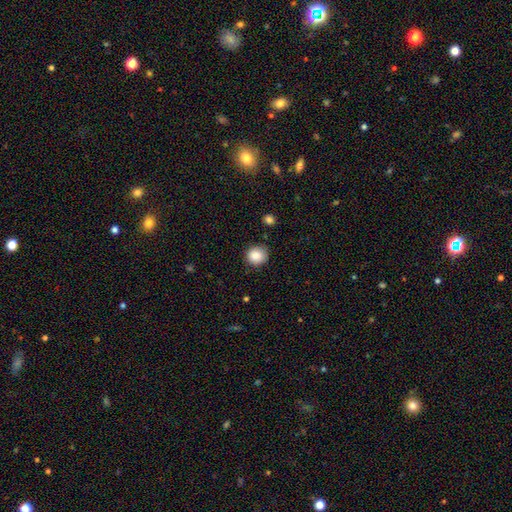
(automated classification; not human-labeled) smooth 86%, star or artifact 9%, featured or disk 4%. Down the decision tree: how rounded — round (87%); merging — none (82%).